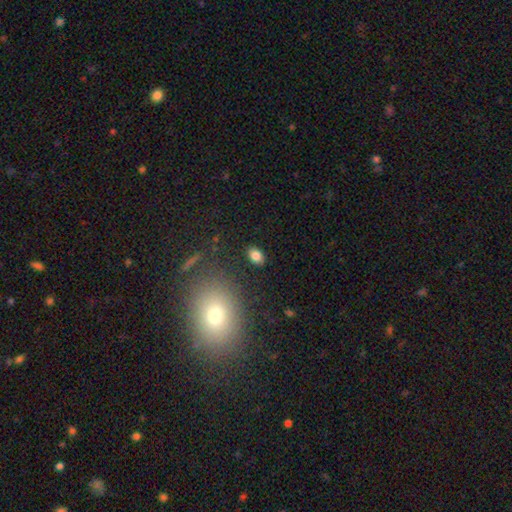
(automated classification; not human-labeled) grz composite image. It shows a smooth galaxy with no disk features (82%) that is in between round and cigar-shaped (80%). Merging: none (87%).